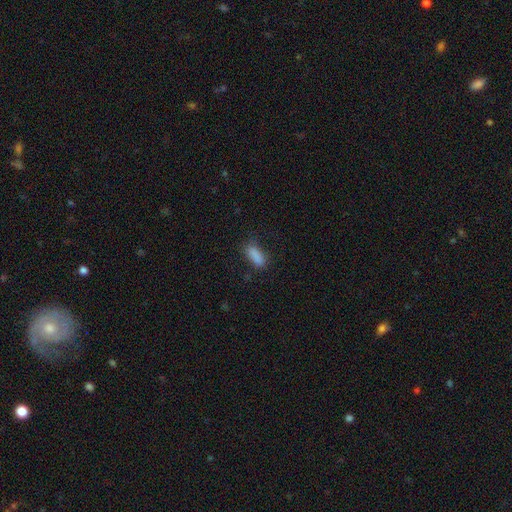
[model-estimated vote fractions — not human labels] A smooth galaxy with no disk features (85%) that is in between round and cigar-shaped (73%).

Vote fractions:
- Smooth or featured? smooth: 85% / star or artifact: 9% / featured or disk: 5%
- How rounded? in between: 73% / cigar-shaped: 24% / round: 3%
- Merging? none: 69% / minor disturbance: 21% / major disturbance: 8% / merger: 2%